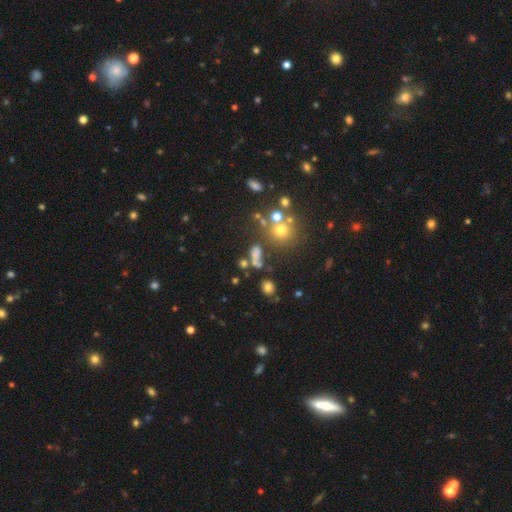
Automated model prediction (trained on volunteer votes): smooth 58%, star or artifact 26%, featured or disk 16%. Down the decision tree: how rounded — in between (59%); merging — none (43%).